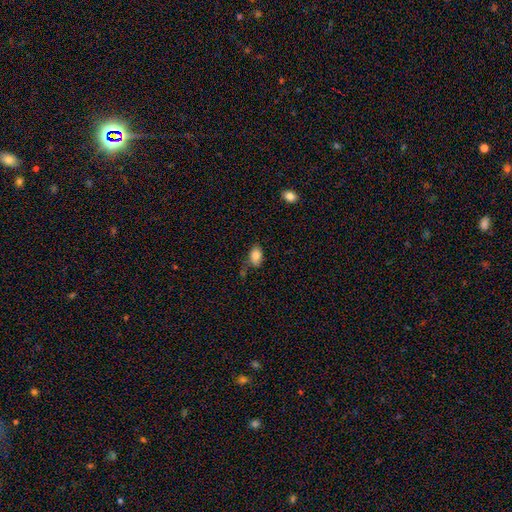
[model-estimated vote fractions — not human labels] Q: Smooth or featured?
A: smooth (84%); runner-up: star or artifact (9%)
Q: How rounded?
A: in between (87%); runner-up: round (11%)
Q: Merging?
A: none (66%); runner-up: minor disturbance (23%)